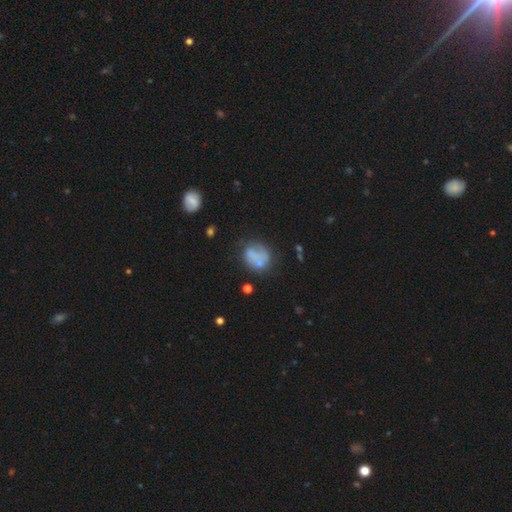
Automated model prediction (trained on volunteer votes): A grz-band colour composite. It shows a smooth galaxy with no disk features (59%) that is round (68%). Merging: none (42%).